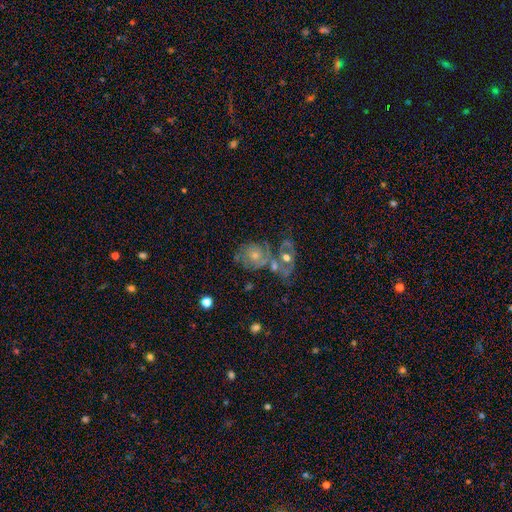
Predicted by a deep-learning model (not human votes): Morphology: type=featured or disk (64%); edge-on=no (96%); bar=no (82%); spiral arms=yes (78%); bulge=small (48%); merging=none (38%).